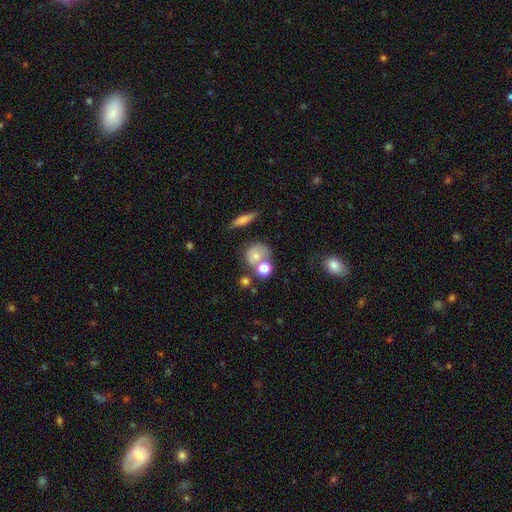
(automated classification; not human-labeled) A smooth galaxy with no disk features (70%) that is round (75%).

Vote fractions:
- Smooth or featured? smooth: 70% / featured or disk: 17% / star or artifact: 13%
- How rounded? round: 75% / in between: 23% / cigar-shaped: 2%
- Merging? none: 45% / merger: 33% / minor disturbance: 14% / major disturbance: 8%